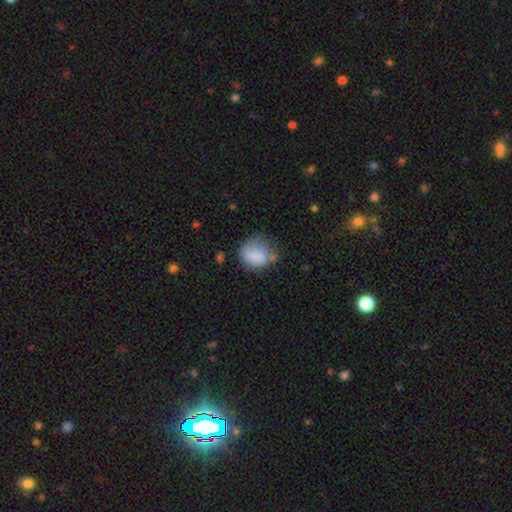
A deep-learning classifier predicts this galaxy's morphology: This is likely a smooth galaxy (77%). How rounded: likely round (61%). Merging: marginally none (41%).